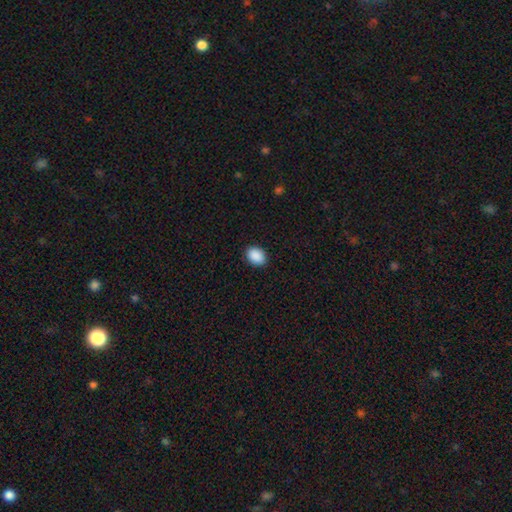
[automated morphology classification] The model was most divided on "how rounded": in between: 71%, round: 29%, cigar-shaped: 1%. More confident: smooth or featured — smooth (91%); merging — none (90%).